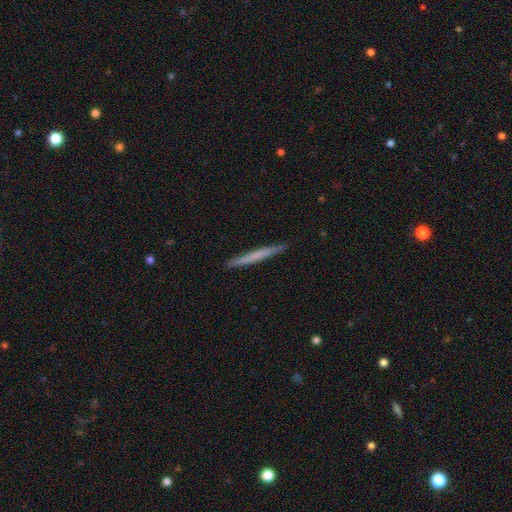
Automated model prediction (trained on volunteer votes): Overall: smooth (56%; featured or disk 38%). How rounded: cigar-shaped (97%). Merging: none (92%).